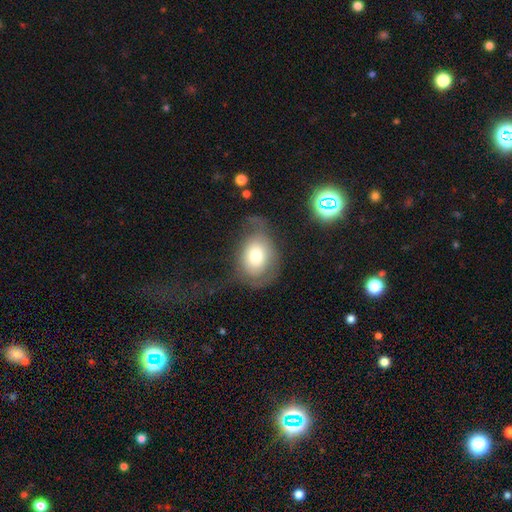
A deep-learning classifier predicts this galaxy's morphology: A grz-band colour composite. It shows a smooth galaxy with no disk features (58%) that is in between round and cigar-shaped (57%). Merging: none (38%).